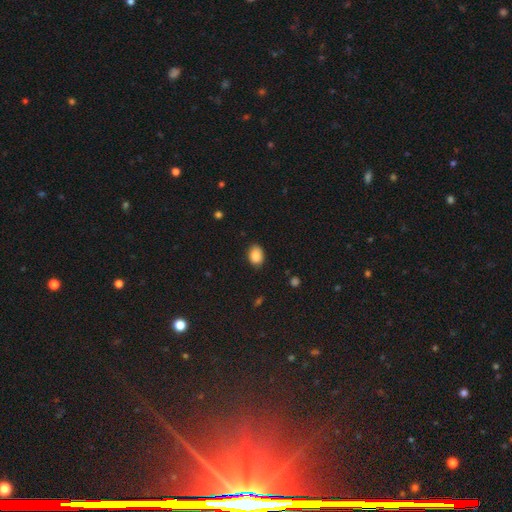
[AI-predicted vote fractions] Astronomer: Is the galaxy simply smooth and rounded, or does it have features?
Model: smooth — 87%.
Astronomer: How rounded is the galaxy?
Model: in between — 71%.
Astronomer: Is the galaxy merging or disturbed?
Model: none — 83%.